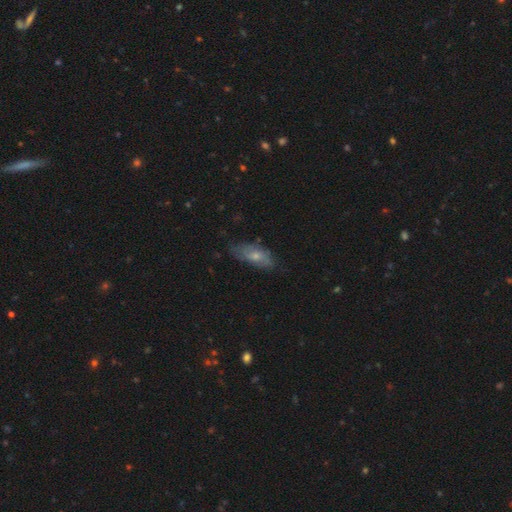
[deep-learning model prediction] Smooth or featured? Predicted: smooth (p=0.50). How rounded? Predicted: in between (p=0.79). Merging? Predicted: none (p=0.62).